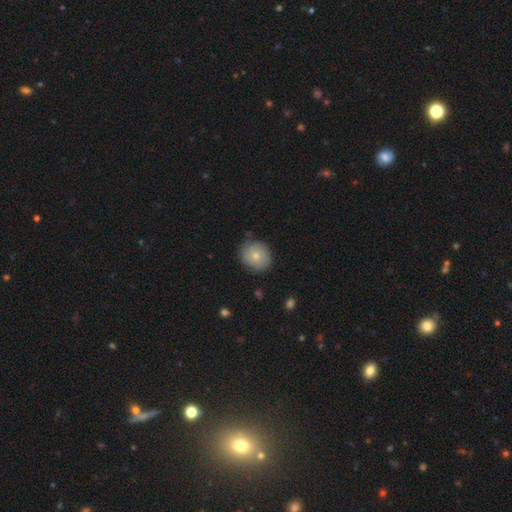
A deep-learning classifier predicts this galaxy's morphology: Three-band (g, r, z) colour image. It shows a smooth galaxy with no disk features (74%) that is round (79%). Merging: none (79%).